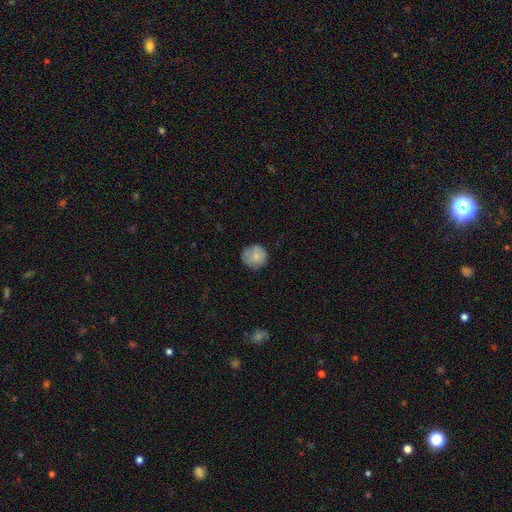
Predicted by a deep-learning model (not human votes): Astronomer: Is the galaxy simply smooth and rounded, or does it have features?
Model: smooth — 79%.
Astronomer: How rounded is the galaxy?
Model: round — 92%.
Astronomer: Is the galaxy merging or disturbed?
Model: none — 77%.